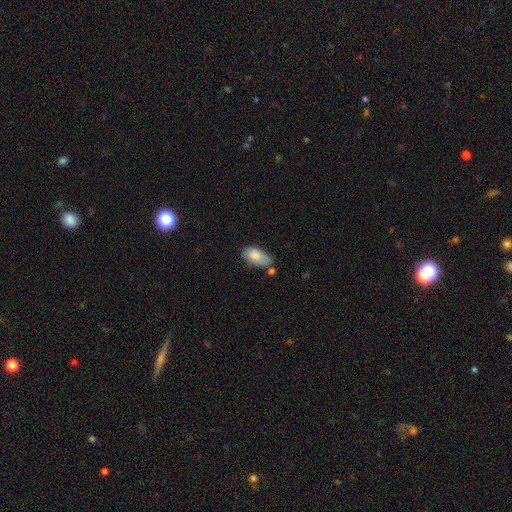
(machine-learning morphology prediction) smooth_or_featured: smooth (p=0.80) [alt: featured or disk p=0.13]
how_rounded: in between (p=0.93) [alt: round p=0.04]
merging: none (p=0.50) [alt: minor disturbance p=0.30]